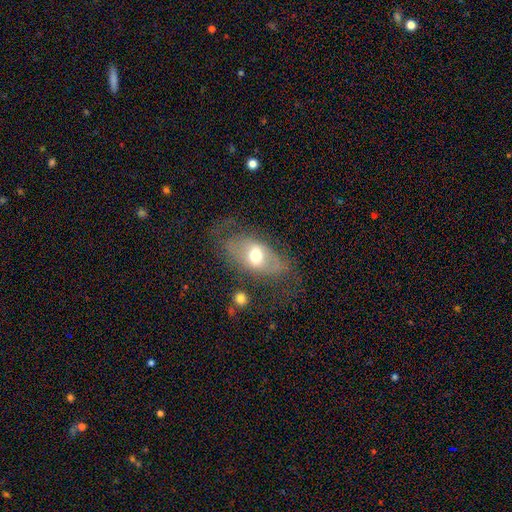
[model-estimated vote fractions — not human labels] A smooth galaxy with no disk features (48%).

Vote fractions:
- Smooth or featured? smooth: 48% / featured or disk: 44% / star or artifact: 8%
- Merging? none: 56% / minor disturbance: 23% / major disturbance: 19% / merger: 3%